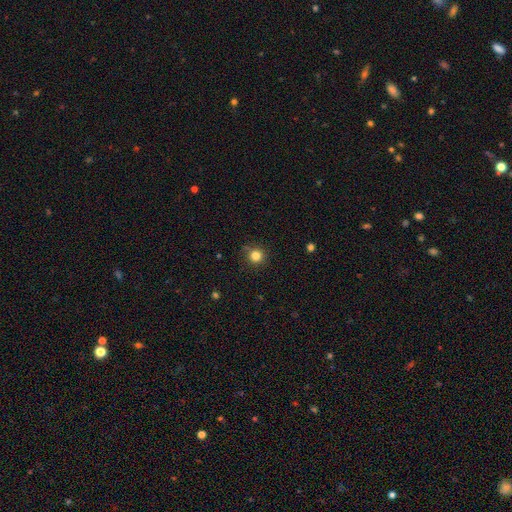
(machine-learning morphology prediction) Smooth or featured?
  - smooth: 82% *
  - star or artifact: 13%
  - featured or disk: 5%
How rounded?
  - round: 94% *
  - in between: 5%
  - cigar-shaped: 1%
Merging?
  - none: 85% *
  - minor disturbance: 10%
  - major disturbance: 3%
  - merger: 2%